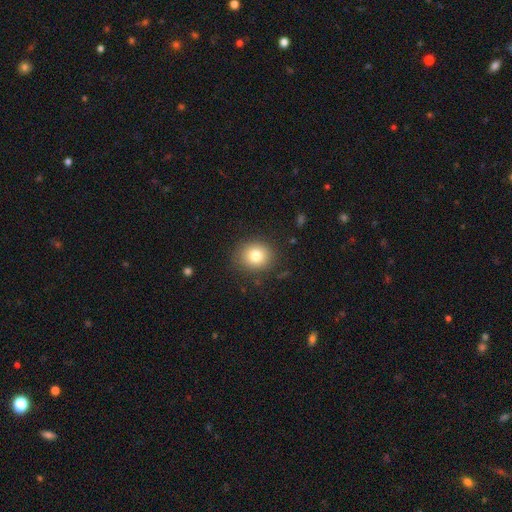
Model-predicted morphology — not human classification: type=smooth (80%); roundness=round (80%); merging=none (86%).